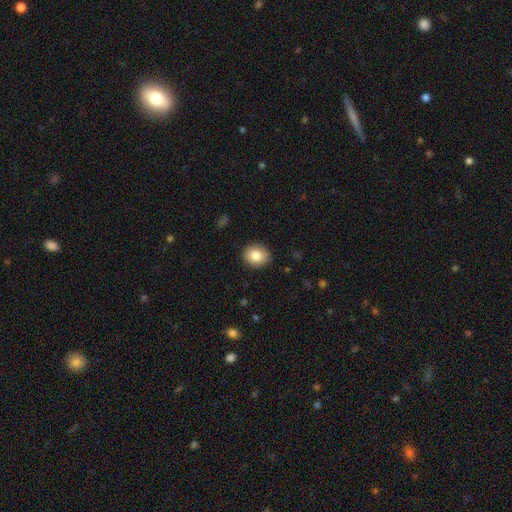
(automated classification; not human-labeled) Morphology: type=smooth (83%); roundness=round (70%); merging=none (89%).